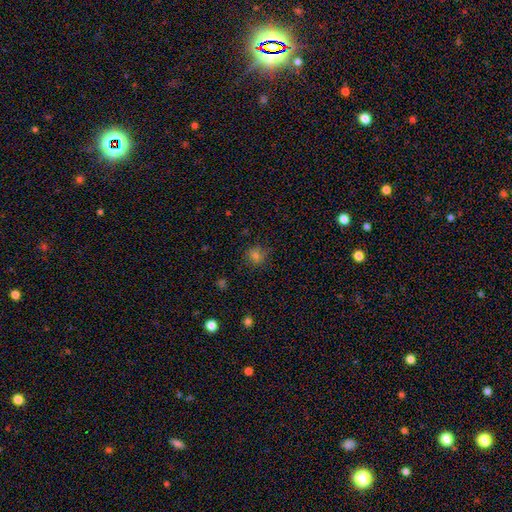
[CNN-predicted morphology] A smooth galaxy with no disk features (72%) that is round (81%). Merging: none (75%).